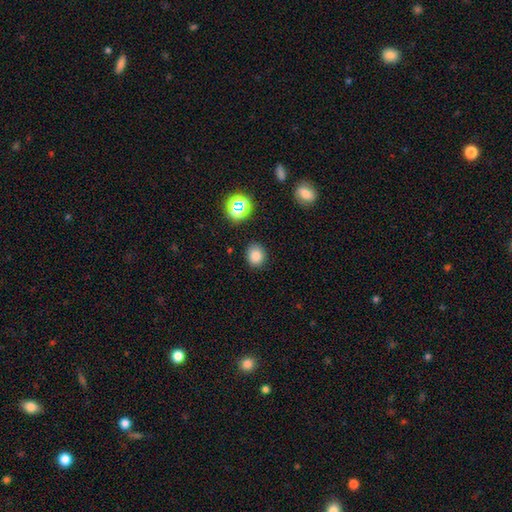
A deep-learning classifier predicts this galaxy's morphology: type=smooth (80%); roundness=round (71%); merging=none (86%).